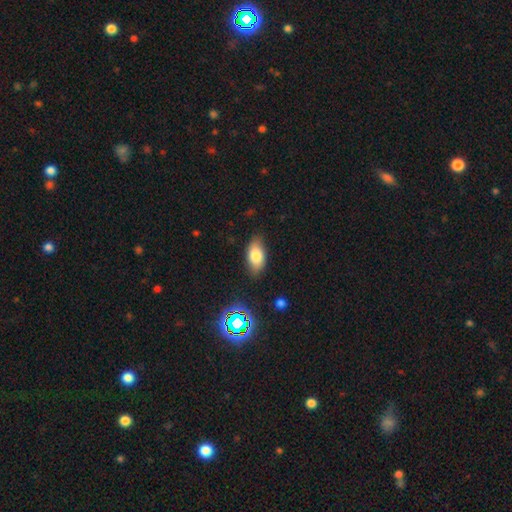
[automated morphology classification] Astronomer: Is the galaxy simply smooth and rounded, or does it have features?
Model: smooth — 78%.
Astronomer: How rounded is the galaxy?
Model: in between — 92%.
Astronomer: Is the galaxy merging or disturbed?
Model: none — 82%.